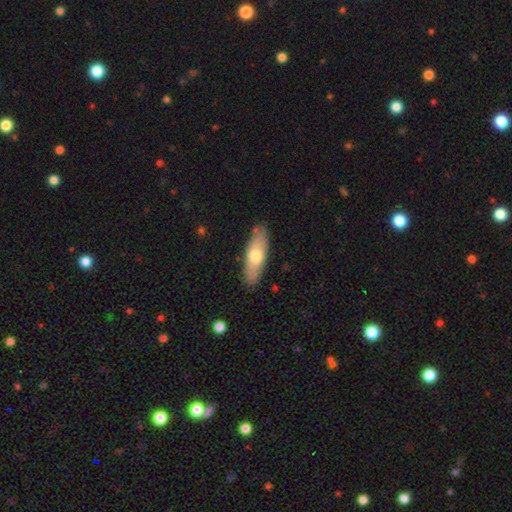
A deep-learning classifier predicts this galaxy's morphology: Smooth or featured?
  - smooth: 62% *
  - featured or disk: 32%
  - star or artifact: 5%
How rounded?
  - in between: 55% *
  - cigar-shaped: 43%
  - round: 2%
Merging?
  - none: 86% *
  - minor disturbance: 10%
  - major disturbance: 2%
  - merger: 2%